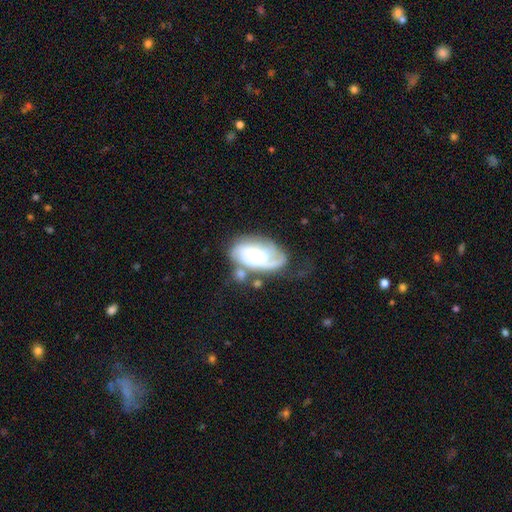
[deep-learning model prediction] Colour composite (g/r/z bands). It shows a featured or disk galaxy (78%) with no bar (66%), 2 (32%) tight (57%) spiral arms (91%) and a small central bulge (48%). Merging: none (46%).